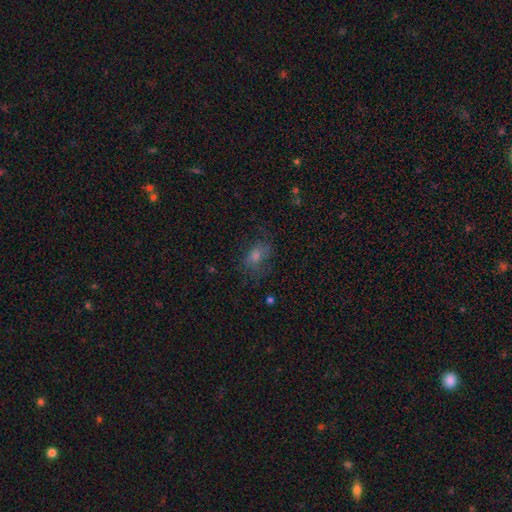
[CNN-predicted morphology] Smooth or featured: smooth — 53% (featured or disk — 24%)
How rounded: in between — 70% (round — 27%)
Merging: none — 63% (minor disturbance — 20%)